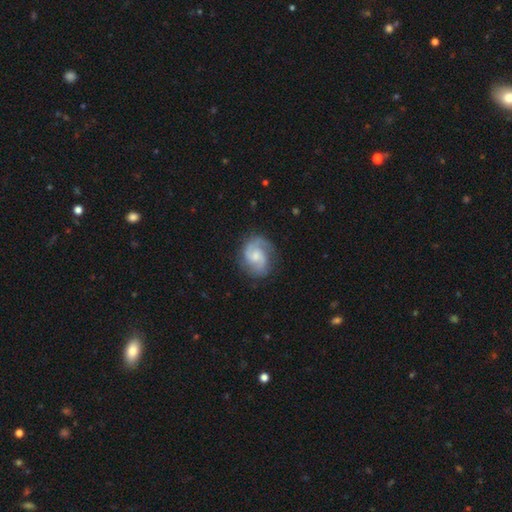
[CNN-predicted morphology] A featured or disk galaxy (84%) with no bar (53%), 2 (85%) medium (54%) spiral arms (97%) and a small central bulge (46%). Merging: none (76%).